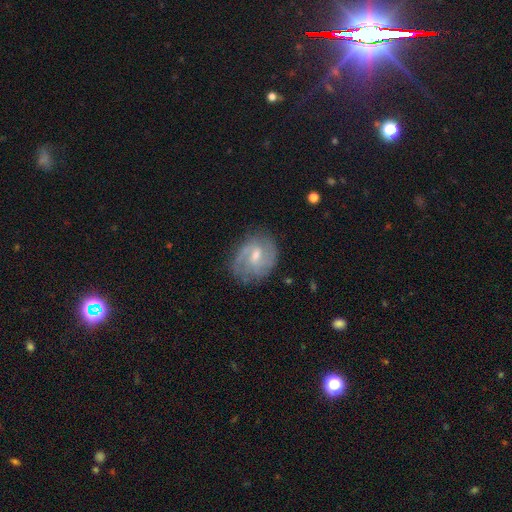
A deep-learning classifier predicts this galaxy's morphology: A featured or disk galaxy (74%) with a weak bar (60%), 2 (63%) medium (45%) spiral arms (89%) and a moderate central bulge (50%). Merging: none (71%).